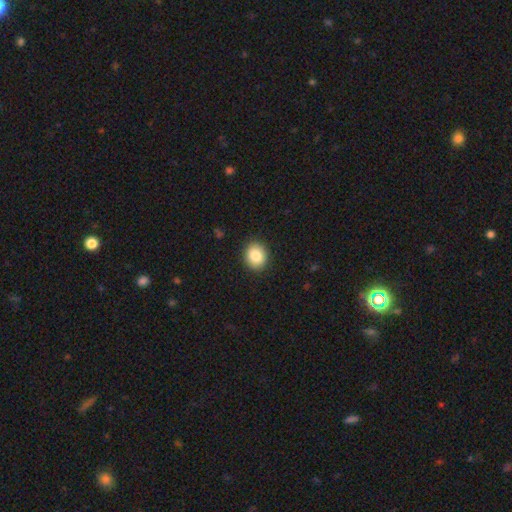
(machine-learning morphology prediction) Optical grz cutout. It shows a smooth galaxy with no disk features (85%) that is round (65%). Merging: none (90%).